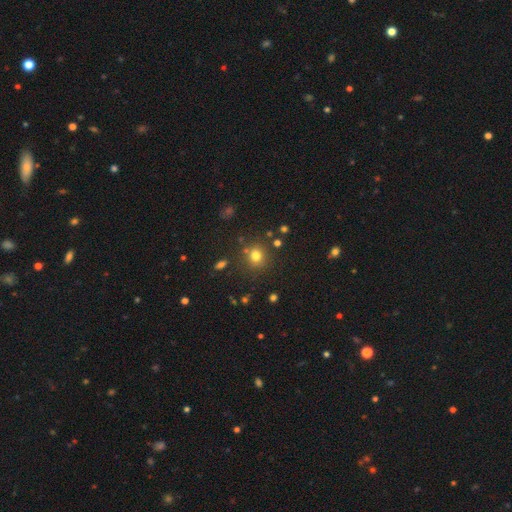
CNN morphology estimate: This appears to be a smooth galaxy with no disk features (75%) that is round (87%). Merging: none (81%).